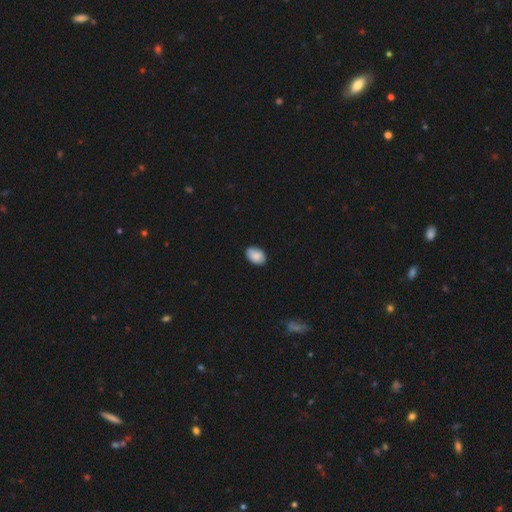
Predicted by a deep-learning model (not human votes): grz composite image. It shows a smooth galaxy with no disk features (86%) that is in between round and cigar-shaped (87%). Merging: none (81%).